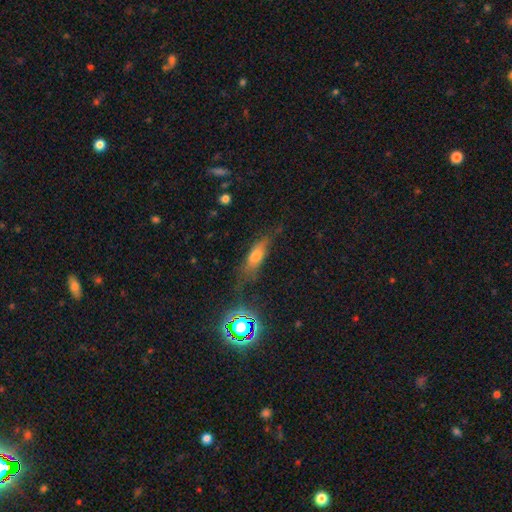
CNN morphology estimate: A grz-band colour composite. It shows a smooth galaxy with no disk features (58%) that is in between round and cigar-shaped (52%). Merging: none (58%).